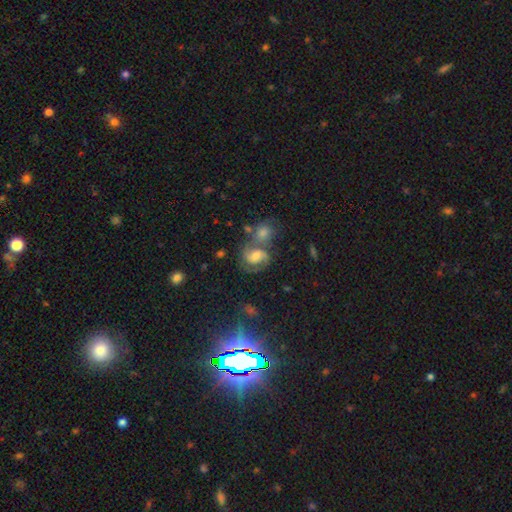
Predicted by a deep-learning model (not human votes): A featured or disk galaxy (71%) with no bar (44%, tied with weak), 2 (84%) medium (56%) spiral arms (94%) and a moderate central bulge (55%). Merging: none (45%).